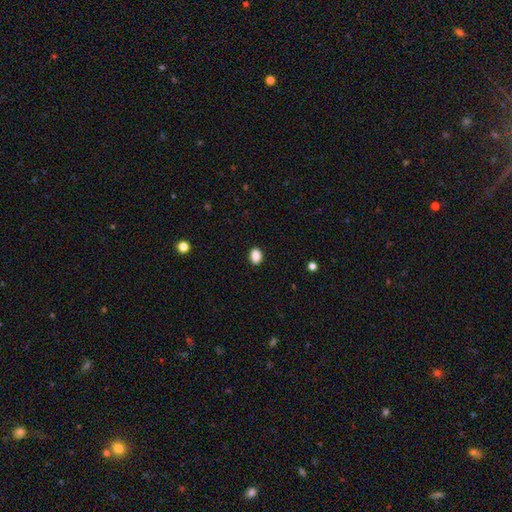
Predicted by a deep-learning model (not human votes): Smooth or featured: smooth — 89% (star or artifact — 9%)
How rounded: in between — 77% (round — 22%)
Merging: none — 90% (minor disturbance — 7%)